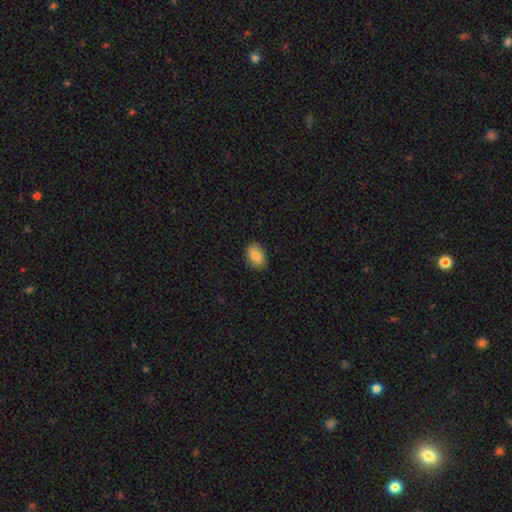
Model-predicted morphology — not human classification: Smooth or featured? Predicted: smooth (p=0.85). How rounded? Predicted: in between (p=0.80). Merging? Predicted: none (p=0.89).